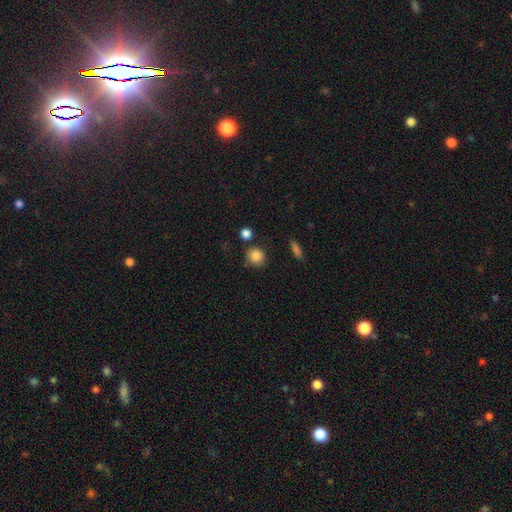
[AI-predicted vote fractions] The model was most divided on "merging": none: 78%, minor disturbance: 12%, merger: 7%, major disturbance: 3%. More confident: smooth or featured — smooth (86%); how rounded — round (83%).